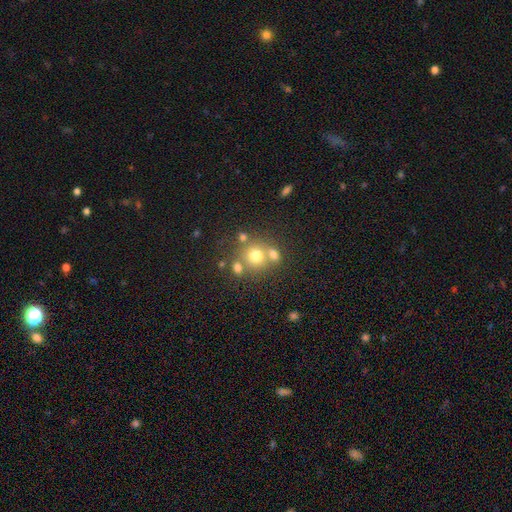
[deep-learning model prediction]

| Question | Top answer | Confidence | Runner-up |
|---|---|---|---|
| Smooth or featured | smooth | 70% | star or artifact (16%) |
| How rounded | round | 85% | in between (14%) |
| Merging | none | 54% | merger (32%) |